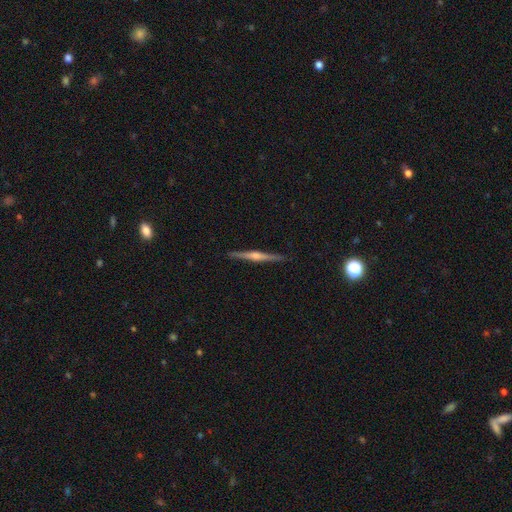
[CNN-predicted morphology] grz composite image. It shows a featured or disk galaxy (78%) viewed edge-on (98%) with a rounded central bulge (83%). Merging: none (92%).